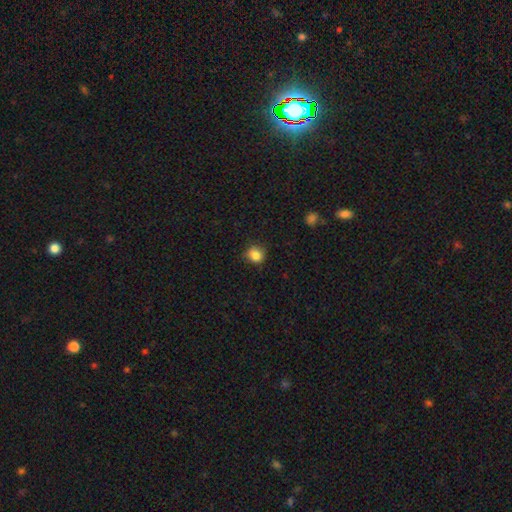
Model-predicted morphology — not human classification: This is clearly a smooth galaxy (84%). How rounded: clearly round (83%). Merging: likely none (78%).